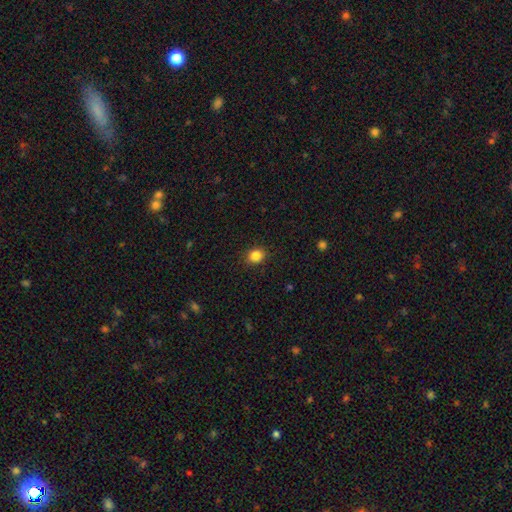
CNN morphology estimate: smooth 85%, star or artifact 11%, featured or disk 4%. Down the decision tree: how rounded — round (71%); merging — none (89%).